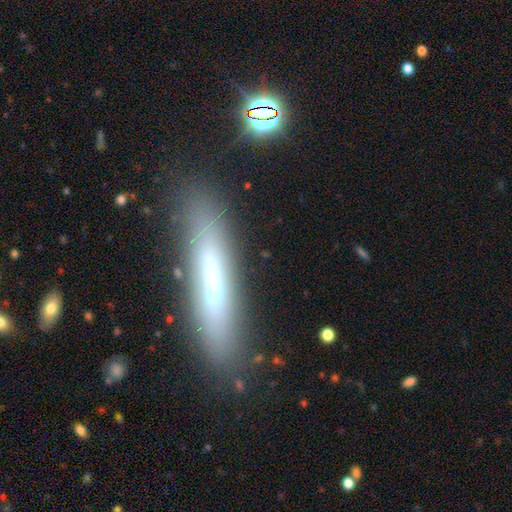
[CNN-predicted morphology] Smooth or featured?
  - smooth: 46% *
  - featured or disk: 41%
  - star or artifact: 13%
Merging?
  - none: 81% *
  - minor disturbance: 12%
  - major disturbance: 4%
  - merger: 3%